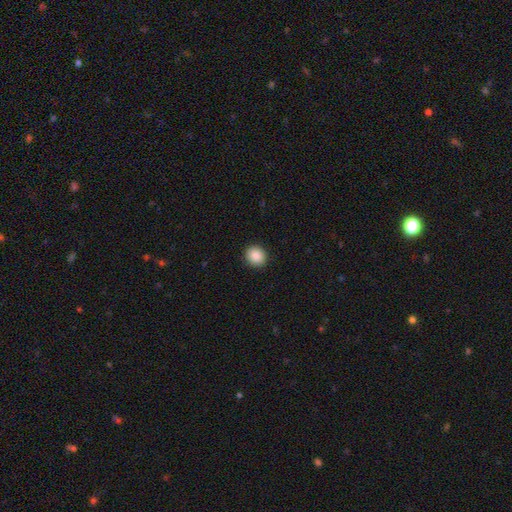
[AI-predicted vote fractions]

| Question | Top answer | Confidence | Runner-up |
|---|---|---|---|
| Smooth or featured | smooth | 88% | star or artifact (8%) |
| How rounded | round | 80% | in between (19%) |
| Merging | none | 92% | minor disturbance (6%) |